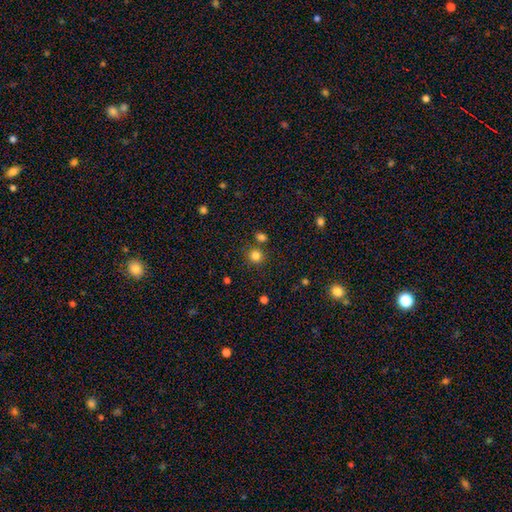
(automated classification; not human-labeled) This is clearly a smooth galaxy (82%). How rounded: clearly round (90%). Merging: likely none (80%).